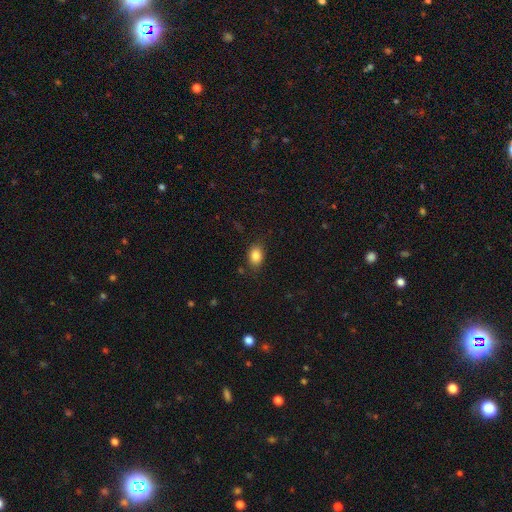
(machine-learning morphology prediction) This appears to be a smooth galaxy with no disk features (85%) that is in between round and cigar-shaped (75%). Merging: none (81%).